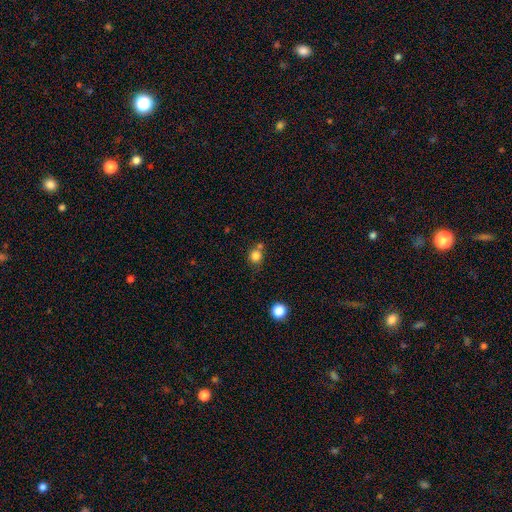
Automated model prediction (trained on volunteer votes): The model was most divided on "merging": none: 59%, merger: 23%, minor disturbance: 13%, major disturbance: 5%. More confident: how rounded — round (86%); smooth or featured — smooth (81%).